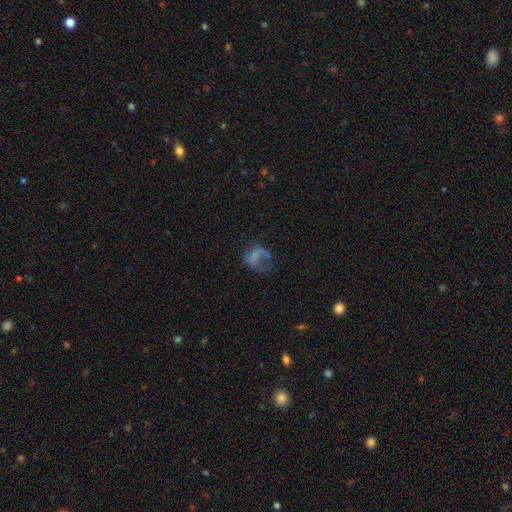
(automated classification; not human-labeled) Overall: smooth (44%; featured or disk 38%). Merging: major disturbance (47%; none 30%).